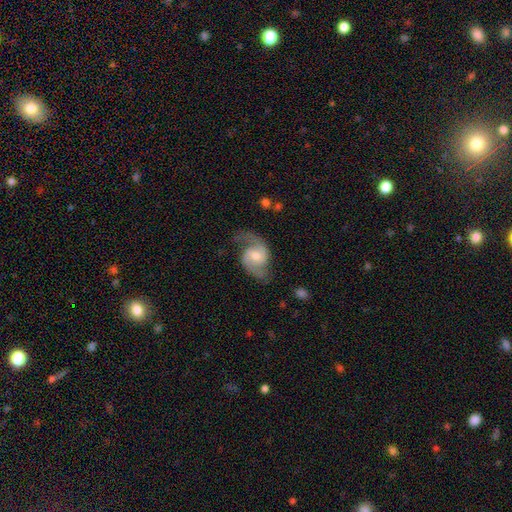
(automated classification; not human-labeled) Overall: featured or disk (85%). Edge-on disk: no (97%). Bar: no (53%; weak 39%). Spiral arms: yes (96%). Spiral arm count: 2 (91%). Spiral winding: medium (46%; loose 43%). Bulge size: moderate (57%; small 35%). Merging: none (67%).